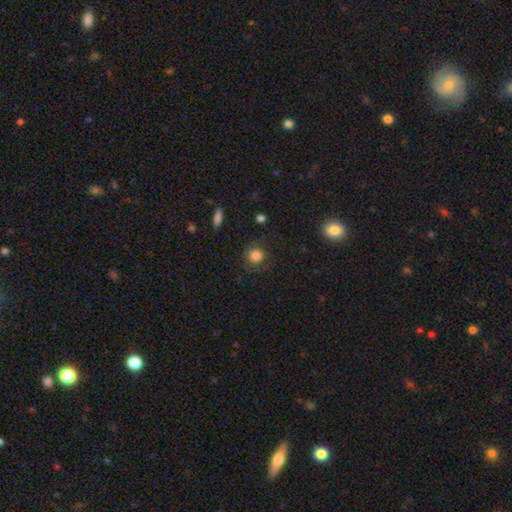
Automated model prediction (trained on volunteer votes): Smooth or featured: smooth — 75% (featured or disk — 15%)
How rounded: round — 89% (in between — 10%)
Merging: none — 73% (minor disturbance — 16%)